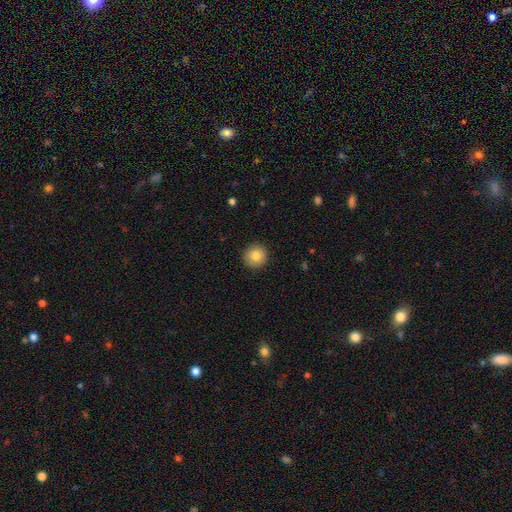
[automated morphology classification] Smooth or featured: smooth — 85% (star or artifact — 9%)
How rounded: round — 94% (in between — 5%)
Merging: none — 91% (minor disturbance — 6%)